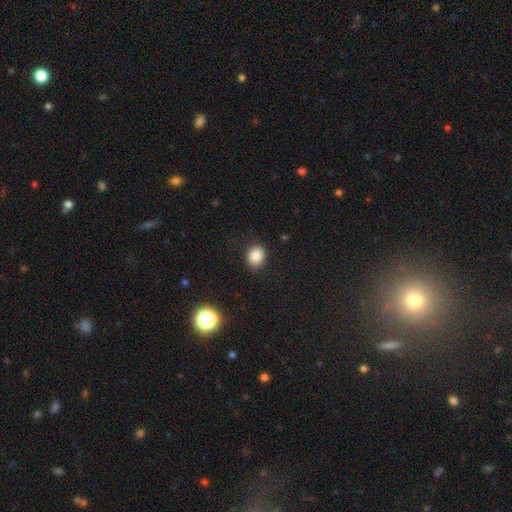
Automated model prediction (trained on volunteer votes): smooth 84%, star or artifact 11%, featured or disk 5%. Down the decision tree: how rounded — round (57%); merging — none (83%).